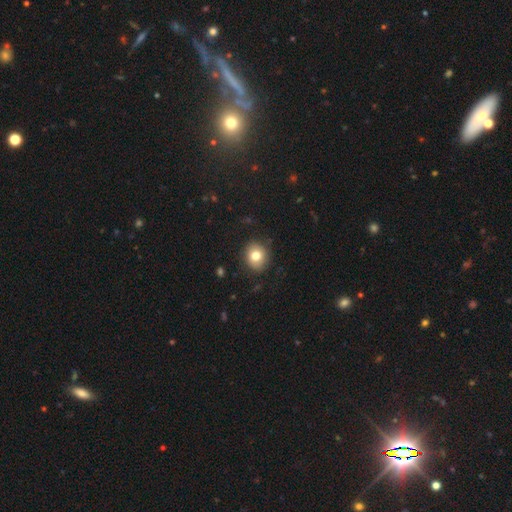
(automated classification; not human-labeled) A smooth galaxy with no disk features (79%) that is round (76%). Merging: none (87%).